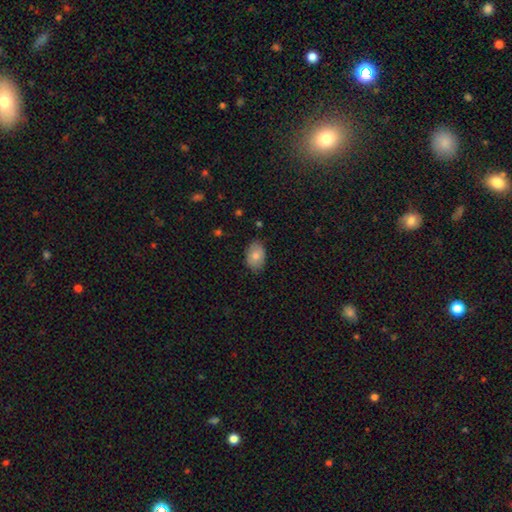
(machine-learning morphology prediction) A smooth galaxy with no disk features (78%) that is in between round and cigar-shaped (82%).

Vote fractions:
- Smooth or featured? smooth: 78% / featured or disk: 15% / star or artifact: 7%
- How rounded? in between: 82% / round: 17% / cigar-shaped: 1%
- Merging? none: 79% / minor disturbance: 17% / major disturbance: 3% / merger: 1%